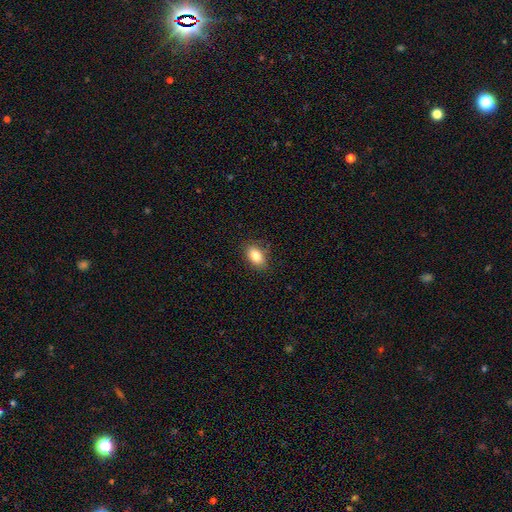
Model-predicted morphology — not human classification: Smooth or featured?
  - smooth: 82% *
  - featured or disk: 9%
  - star or artifact: 9%
How rounded?
  - in between: 86% *
  - round: 12%
  - cigar-shaped: 2%
Merging?
  - none: 84% *
  - minor disturbance: 12%
  - major disturbance: 3%
  - merger: 1%